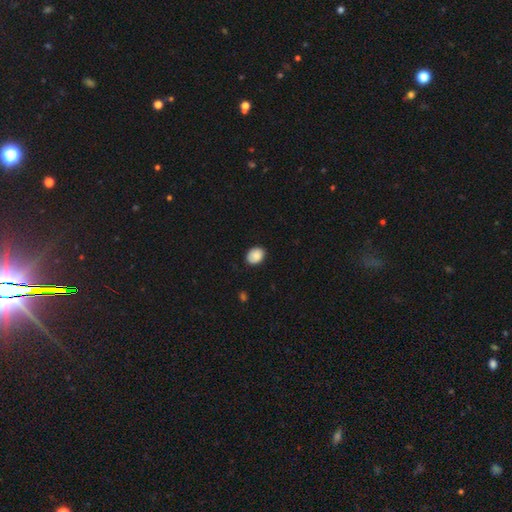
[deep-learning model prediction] A smooth galaxy with no disk features (86%) that is in between round and cigar-shaped (57%).

Vote fractions:
- Smooth or featured? smooth: 86% / star or artifact: 8% / featured or disk: 6%
- How rounded? in between: 57% / round: 42% / cigar-shaped: 1%
- Merging? none: 82% / minor disturbance: 14% / major disturbance: 2% / merger: 1%